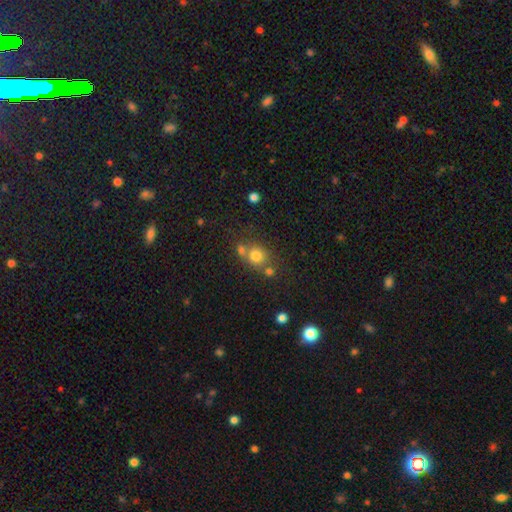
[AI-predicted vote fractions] This is likely a smooth galaxy (77%). How rounded: clearly round (80%). Merging: possibly none (55%).